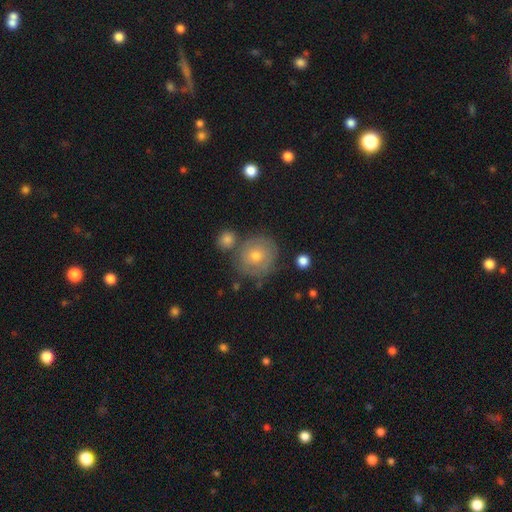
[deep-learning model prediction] The model was most divided on "smooth or featured": smooth: 51%, featured or disk: 37%, star or artifact: 12%. More confident: how rounded — round (88%); merging — none (74%).